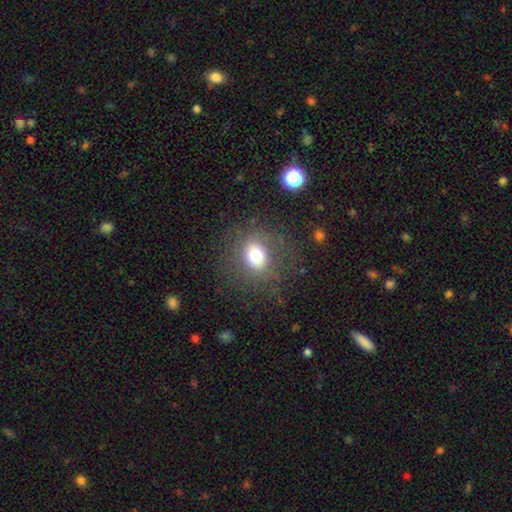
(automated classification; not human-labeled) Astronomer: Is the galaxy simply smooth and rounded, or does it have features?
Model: smooth — 70%.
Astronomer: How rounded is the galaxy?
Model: round — 74%.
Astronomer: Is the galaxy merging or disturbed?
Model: none — 80%.